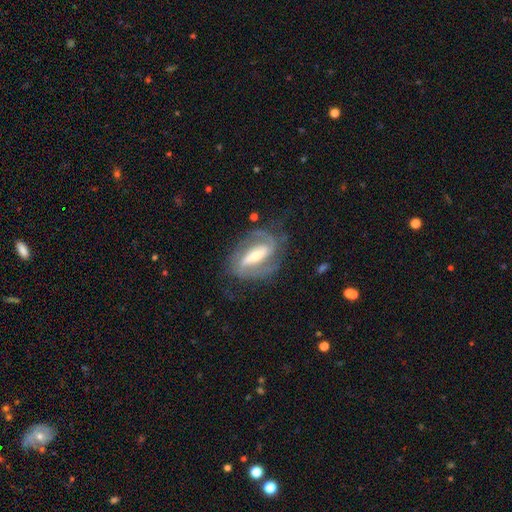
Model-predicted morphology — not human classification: This appears to be a featured or disk galaxy (87%) with a strong bar (60%), 2 (84%) medium (47%) spiral arms (94%) and a moderate central bulge (50%). Merging: none (73%).